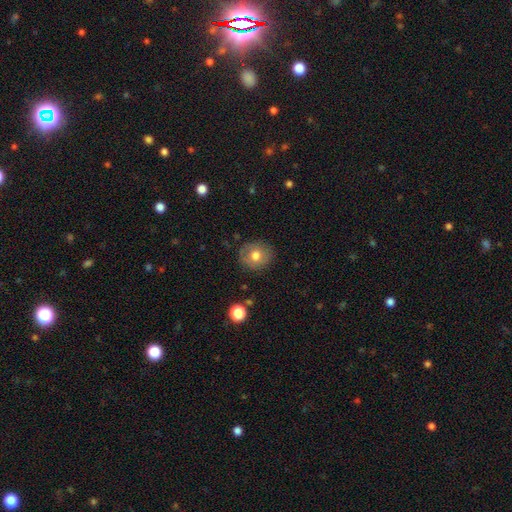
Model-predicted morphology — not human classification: Smooth or featured? Predicted: smooth (p=0.70). How rounded? Predicted: round (p=0.85). Merging? Predicted: none (p=0.85).